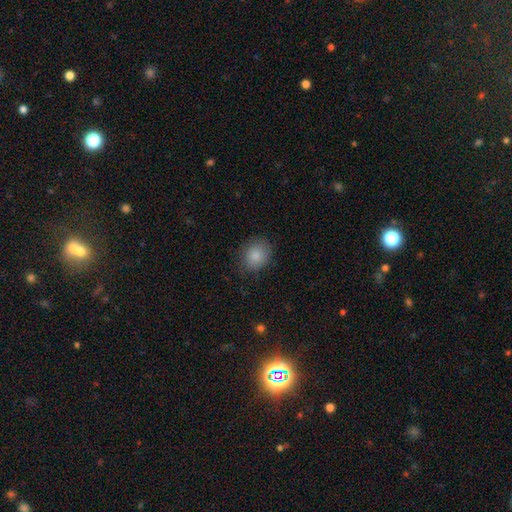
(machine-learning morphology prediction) smooth-or-featured: smooth: 85% | star or artifact: 8% | featured or disk: 6%
  how-rounded: round: 60% | in between: 40% | cigar-shaped: 1%
  merging: none: 80% | minor disturbance: 15% | major disturbance: 4% | merger: 1%